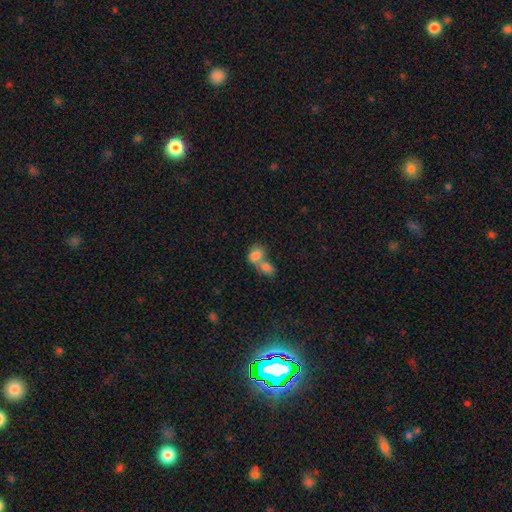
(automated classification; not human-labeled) Q: Smooth or featured?
A: smooth (77%); runner-up: featured or disk (14%)
Q: How rounded?
A: in between (78%); runner-up: round (20%)
Q: Merging?
A: merger (71%); runner-up: none (17%)